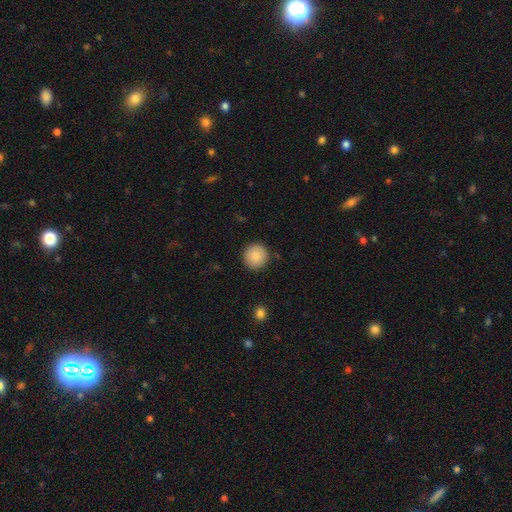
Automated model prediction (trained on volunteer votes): This appears to be a smooth galaxy with no disk features (85%) that is round (94%). Merging: none (91%).